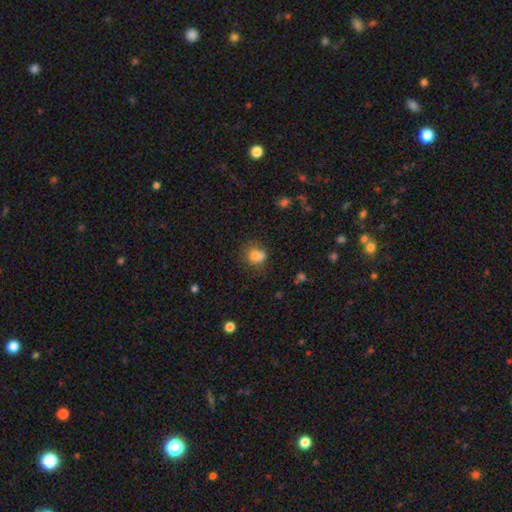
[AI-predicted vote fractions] smooth-or-featured: smooth: 77% | star or artifact: 12% | featured or disk: 11%
  how-rounded: round: 66% | in between: 33% | cigar-shaped: 1%
  merging: none: 51% | minor disturbance: 21% | merger: 20% | major disturbance: 8%